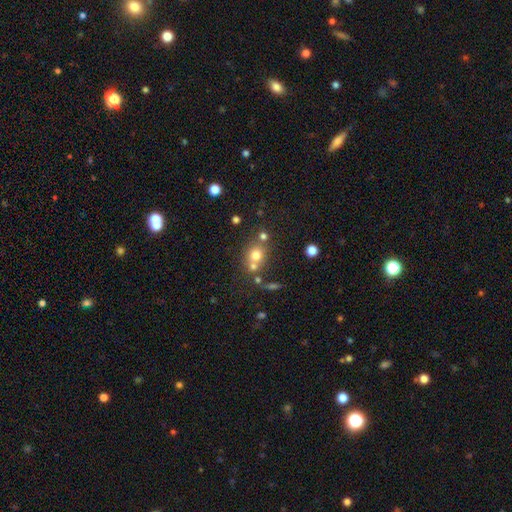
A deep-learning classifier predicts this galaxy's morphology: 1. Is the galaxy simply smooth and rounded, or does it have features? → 71% smooth, 16% star or artifact, 14% featured or disk.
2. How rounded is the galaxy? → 78% round, 21% in between, 1% cigar-shaped.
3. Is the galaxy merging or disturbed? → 53% none, 32% merger, 10% minor disturbance, 5% major disturbance.